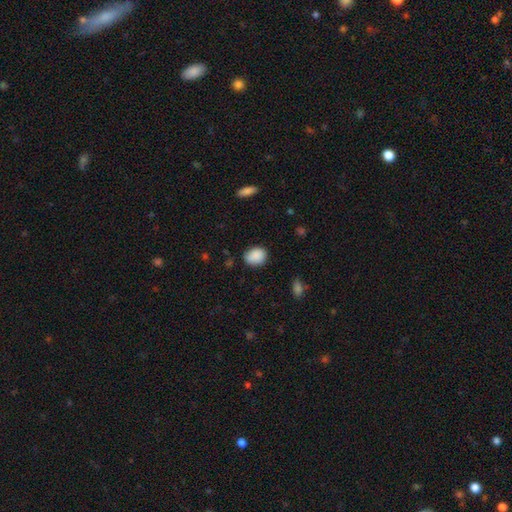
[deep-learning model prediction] Smooth or featured?
  - smooth: 87% *
  - star or artifact: 8%
  - featured or disk: 5%
How rounded?
  - in between: 53% *
  - round: 46%
  - cigar-shaped: 1%
Merging?
  - none: 73% *
  - minor disturbance: 22%
  - major disturbance: 4%
  - merger: 2%